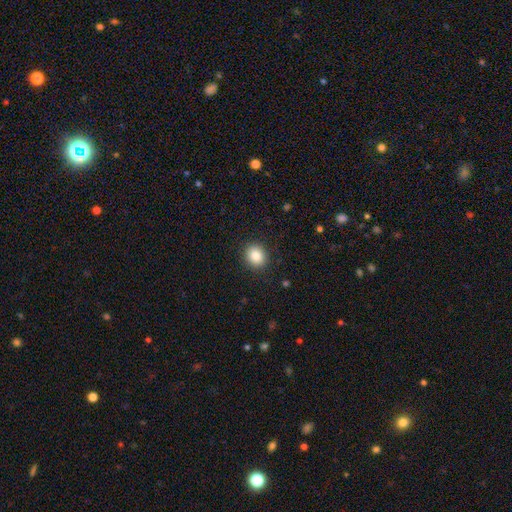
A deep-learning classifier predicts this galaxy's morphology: A smooth galaxy with no disk features (85%) that is round (75%).

Vote fractions:
- Smooth or featured? smooth: 85% / star or artifact: 9% / featured or disk: 5%
- How rounded? round: 75% / in between: 24% / cigar-shaped: 1%
- Merging? none: 90% / minor disturbance: 7% / major disturbance: 2% / merger: 1%